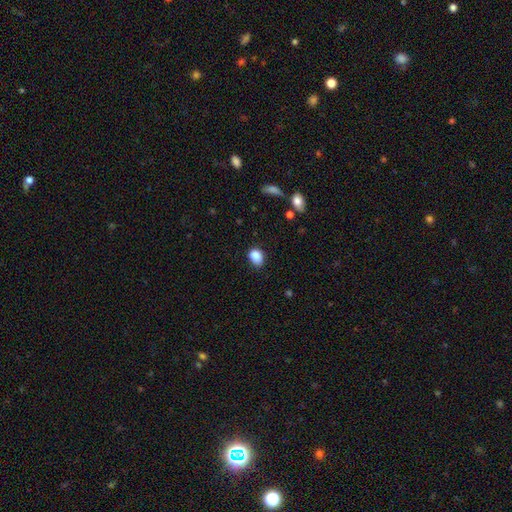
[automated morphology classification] A smooth galaxy with no disk features (87%) that is in between round and cigar-shaped (64%).

Vote fractions:
- Smooth or featured? smooth: 87% / star or artifact: 9% / featured or disk: 4%
- How rounded? in between: 64% / round: 35% / cigar-shaped: 1%
- Merging? none: 73% / minor disturbance: 21% / major disturbance: 4% / merger: 2%